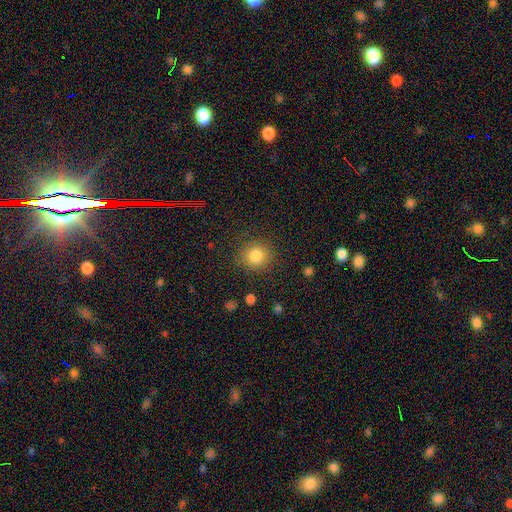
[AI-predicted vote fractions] This appears to be a smooth galaxy with no disk features (83%) that is round (91%). Merging: none (87%).